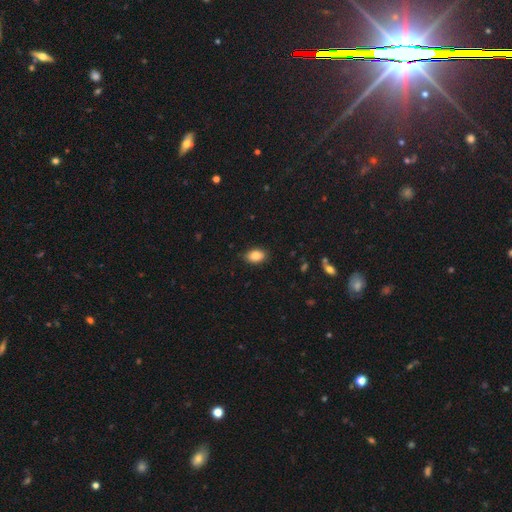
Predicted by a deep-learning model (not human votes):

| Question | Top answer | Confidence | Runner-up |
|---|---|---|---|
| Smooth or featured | smooth | 87% | star or artifact (8%) |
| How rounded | in between | 87% | round (11%) |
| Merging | none | 85% | minor disturbance (12%) |